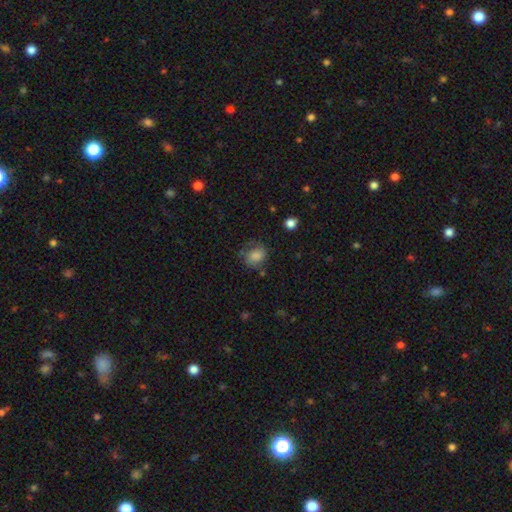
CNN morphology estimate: Overall: smooth (73%). How rounded: round (63%; in between 36%). Merging: none (60%; minor disturbance 25%).